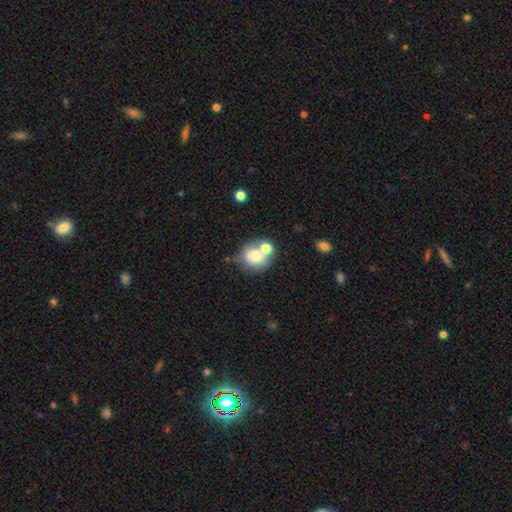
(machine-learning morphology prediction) smooth-or-featured: smooth: 70% | featured or disk: 20% | star or artifact: 10%
  how-rounded: round: 77% | in between: 22% | cigar-shaped: 1%
  merging: none: 45% | merger: 38% | minor disturbance: 12% | major disturbance: 5%